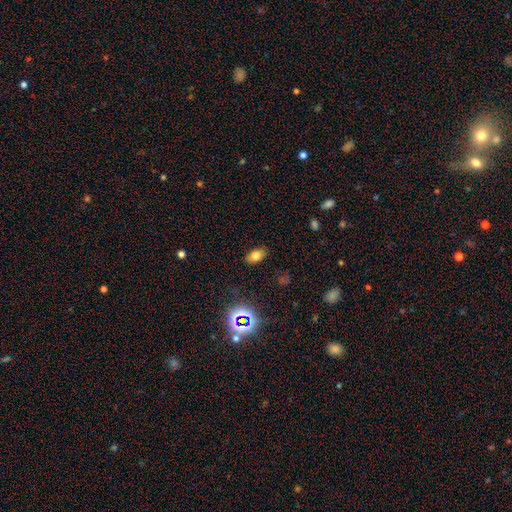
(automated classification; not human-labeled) Overall: smooth (74%). How rounded: in between (90%). Merging: none (87%).